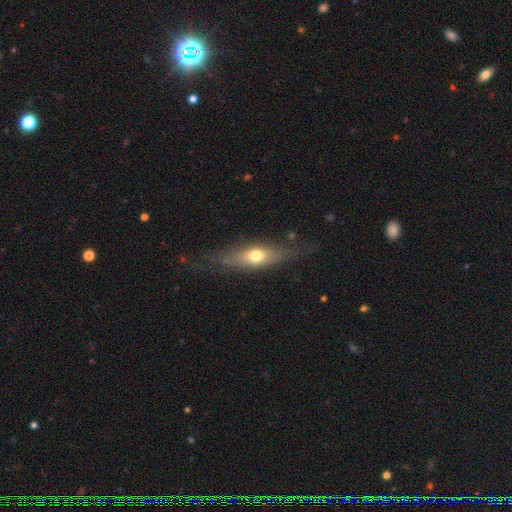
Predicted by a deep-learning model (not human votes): Overall: smooth (54%; featured or disk 39%). How rounded: cigar-shaped (48%; in between 47%). Merging: none (71%).